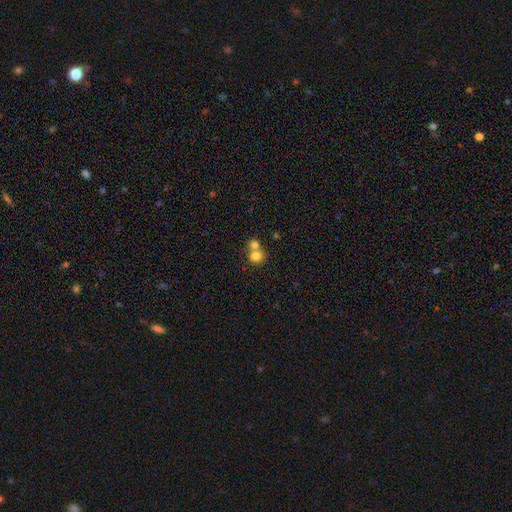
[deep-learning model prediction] Smooth or featured? Predicted: smooth (p=0.79). How rounded? Predicted: round (p=0.79). Merging? Predicted: merger (p=0.56).